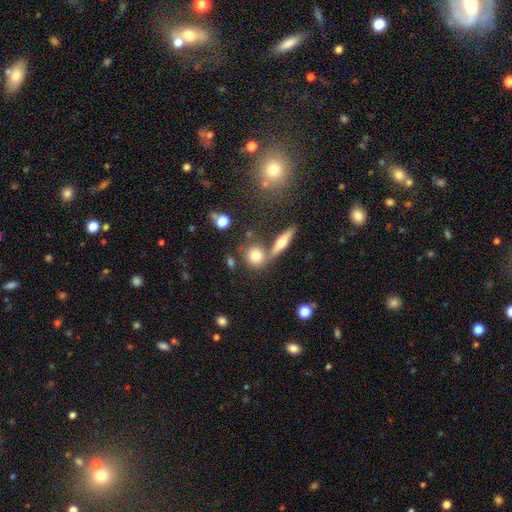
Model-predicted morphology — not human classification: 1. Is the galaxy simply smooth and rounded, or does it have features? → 74% smooth, 16% featured or disk, 10% star or artifact.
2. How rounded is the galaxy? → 77% round, 18% in between, 5% cigar-shaped.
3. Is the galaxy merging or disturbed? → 63% none, 23% merger, 11% minor disturbance, 4% major disturbance.